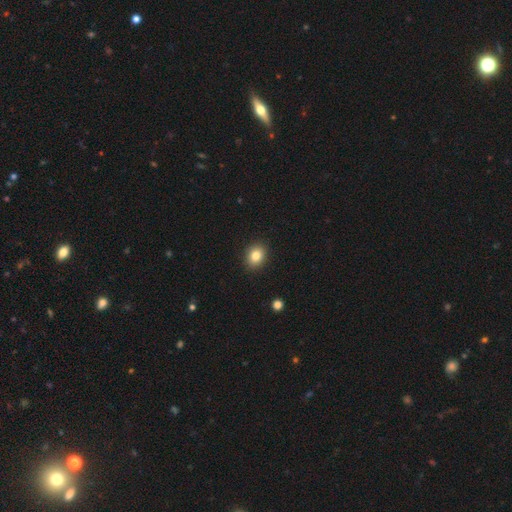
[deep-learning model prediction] smooth-or-featured: smooth: 83% | star or artifact: 10% | featured or disk: 7%
  how-rounded: round: 50% | in between: 49% | cigar-shaped: 1%
  merging: none: 91% | minor disturbance: 6% | major disturbance: 2% | merger: 1%